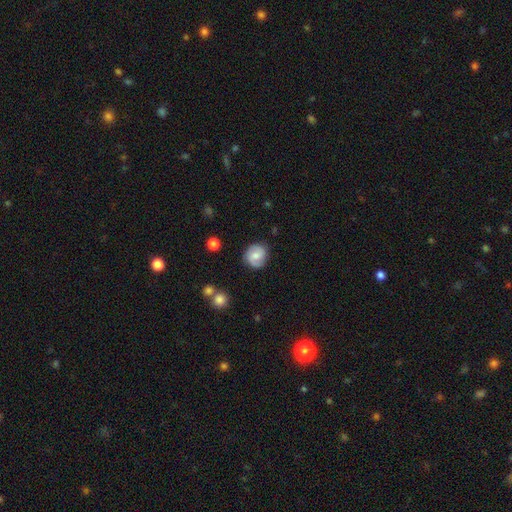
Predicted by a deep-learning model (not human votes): Morphology: type=featured or disk (50%); merging=none (81%).